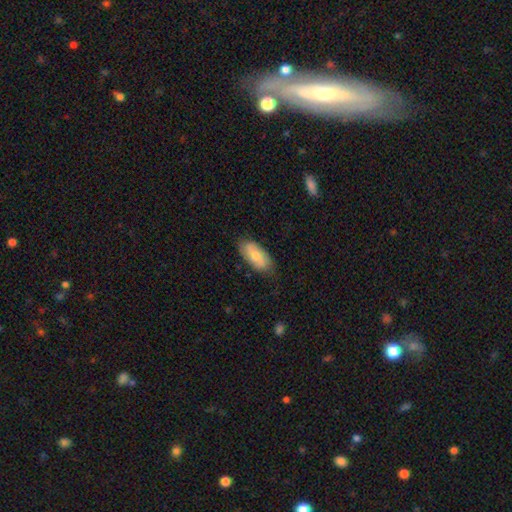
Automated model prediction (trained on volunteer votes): A smooth galaxy with no disk features (66%) that is in between round and cigar-shaped (90%).

Vote fractions:
- Smooth or featured? smooth: 66% / featured or disk: 28% / star or artifact: 6%
- How rounded? in between: 90% / cigar-shaped: 7% / round: 3%
- Merging? none: 78% / minor disturbance: 18% / major disturbance: 3% / merger: 1%